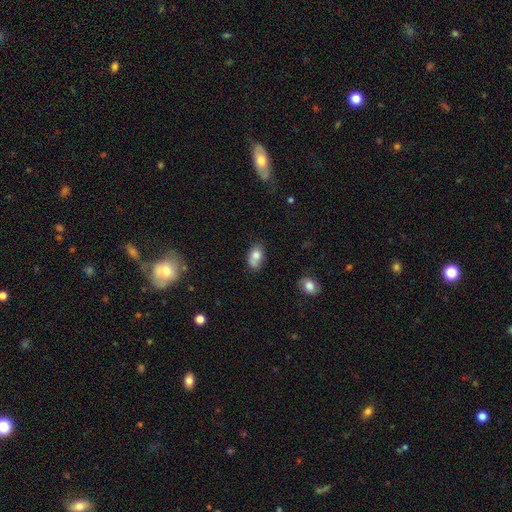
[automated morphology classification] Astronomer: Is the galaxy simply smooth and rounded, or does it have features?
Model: smooth — 75%.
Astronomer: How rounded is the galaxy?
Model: in between — 82%.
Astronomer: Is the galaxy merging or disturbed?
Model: none — 48% (runner-up: minor disturbance, 27%).